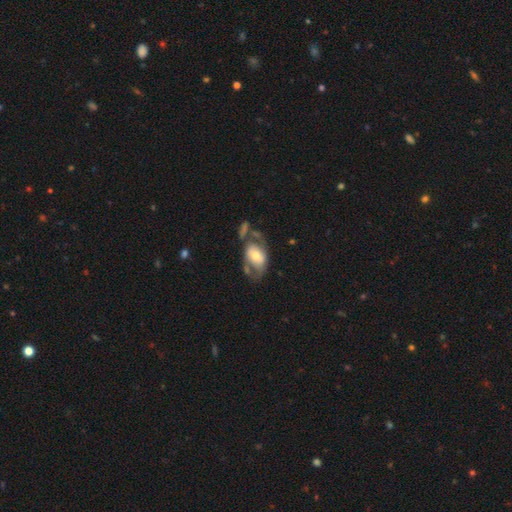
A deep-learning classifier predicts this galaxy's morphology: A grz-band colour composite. It shows a featured or disk galaxy (49%). Merging: none (35%).